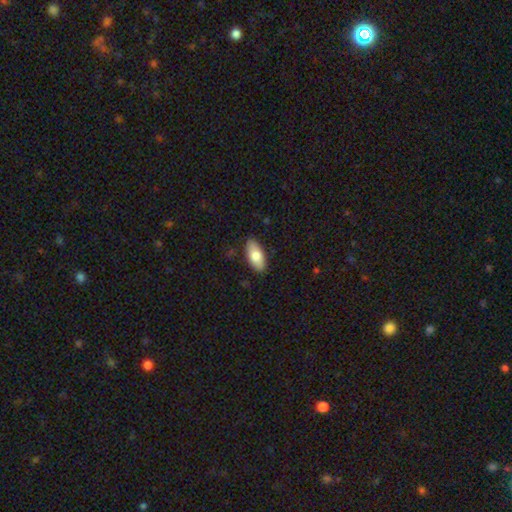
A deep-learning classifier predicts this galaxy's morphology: Smooth or featured? Predicted: smooth (p=0.78). How rounded? Predicted: in between (p=0.89). Merging? Predicted: none (p=0.88).